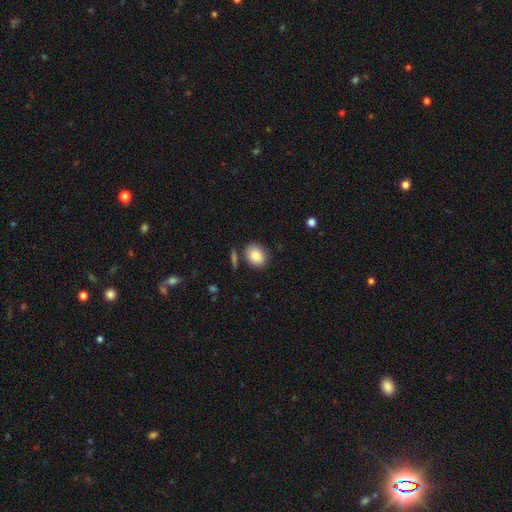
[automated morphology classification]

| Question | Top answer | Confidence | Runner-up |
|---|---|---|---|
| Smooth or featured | smooth | 85% | star or artifact (8%) |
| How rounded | in between | 58% | round (41%) |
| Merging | none | 79% | minor disturbance (11%) |